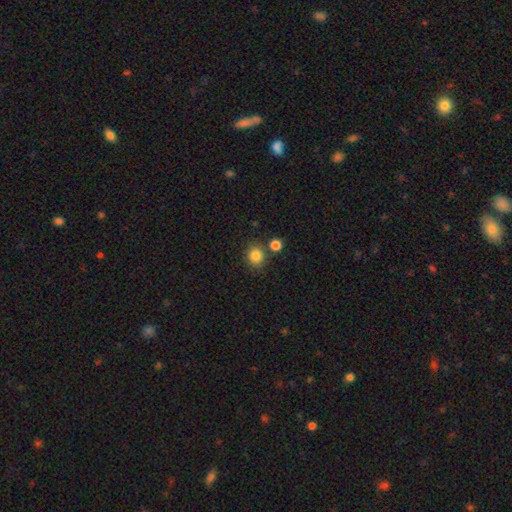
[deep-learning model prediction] This is clearly a smooth galaxy (84%). How rounded: likely round (79%). Merging: likely none (76%).